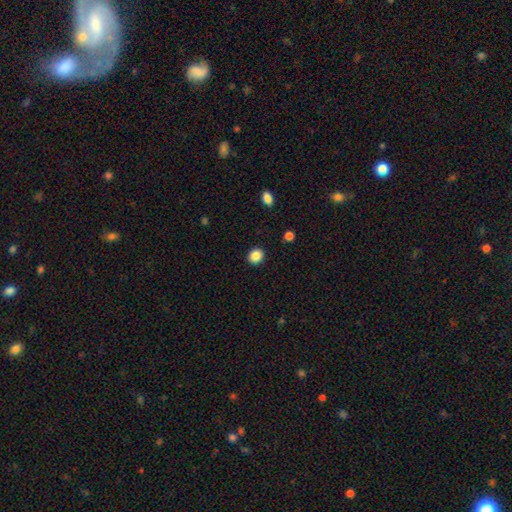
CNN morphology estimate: The model was most divided on "how rounded": round: 76%, in between: 23%, cigar-shaped: 1%. More confident: merging — none (91%); smooth or featured — smooth (87%).